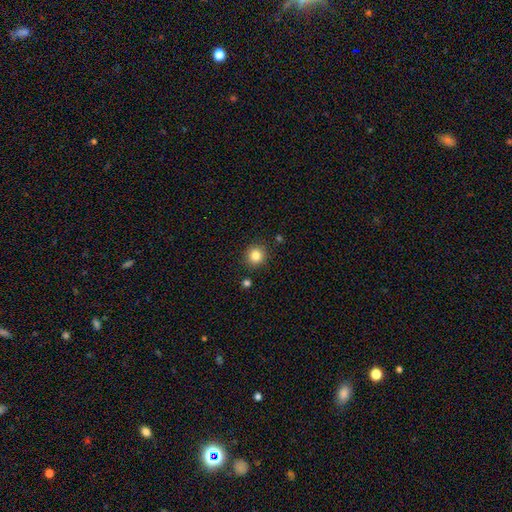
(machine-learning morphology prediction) smooth_or_featured: smooth (p=0.83) [alt: star or artifact p=0.11]
how_rounded: round (p=0.92) [alt: in between p=0.07]
merging: none (p=0.88) [alt: minor disturbance p=0.07]